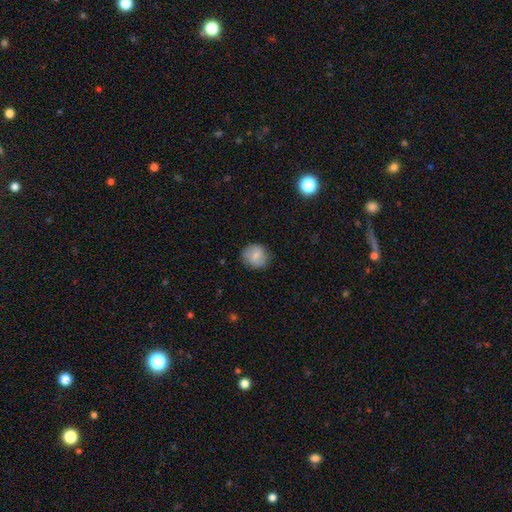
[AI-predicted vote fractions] This appears to be a smooth galaxy with no disk features (76%) that is round (85%). Merging: none (81%).